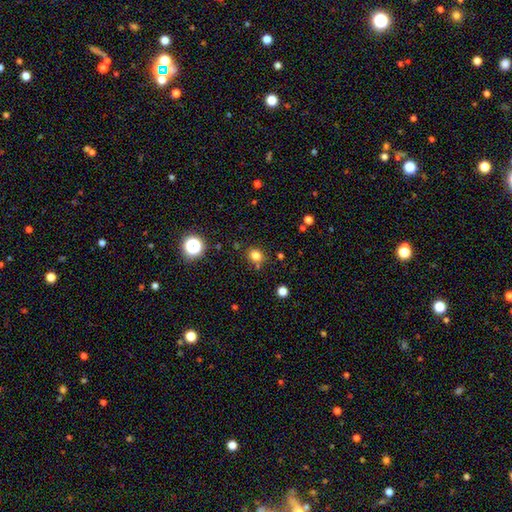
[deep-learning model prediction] The model was most divided on "how rounded": round: 71%, in between: 28%, cigar-shaped: 1%. More confident: smooth or featured — smooth (79%); merging — none (77%).